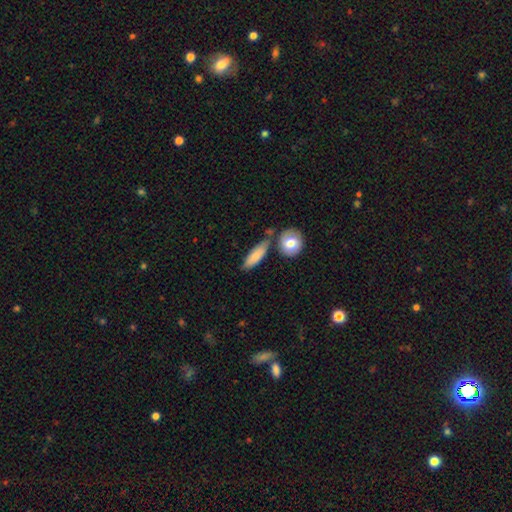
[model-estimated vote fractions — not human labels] Smooth or featured? Predicted: smooth (p=0.80). How rounded? Predicted: in between (p=0.56). Merging? Predicted: none (p=0.66).